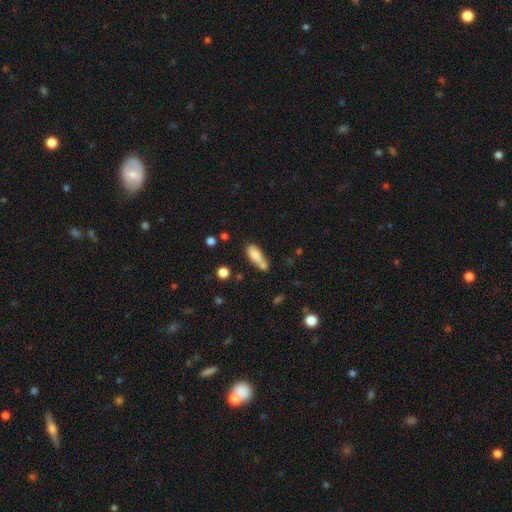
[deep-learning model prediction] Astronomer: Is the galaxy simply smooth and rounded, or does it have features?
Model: smooth — 77%.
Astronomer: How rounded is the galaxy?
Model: in between — 67%.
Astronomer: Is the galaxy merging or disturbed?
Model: none — 37% (runner-up: merger, 36%).